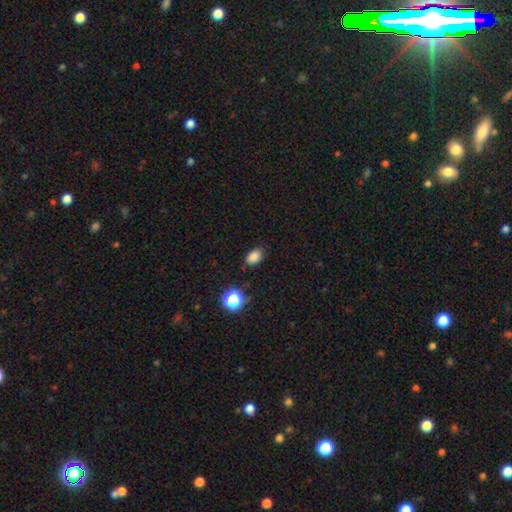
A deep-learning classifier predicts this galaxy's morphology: This appears to be a smooth galaxy with no disk features (83%) that is in between round and cigar-shaped (80%). Merging: none (81%).